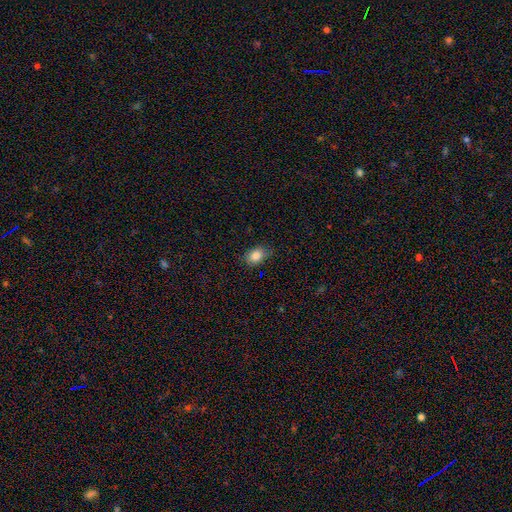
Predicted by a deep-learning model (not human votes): This is clearly a smooth galaxy (85%). How rounded: likely in between (74%). Merging: likely none (77%).